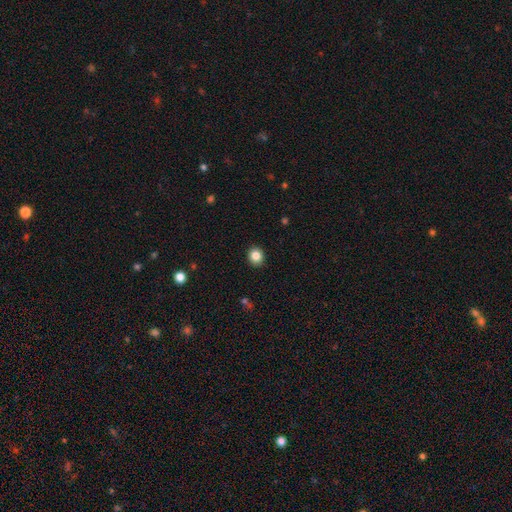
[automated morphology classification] Smooth or featured: smooth — 85% (star or artifact — 10%)
How rounded: round — 78% (in between — 22%)
Merging: none — 92% (minor disturbance — 6%)